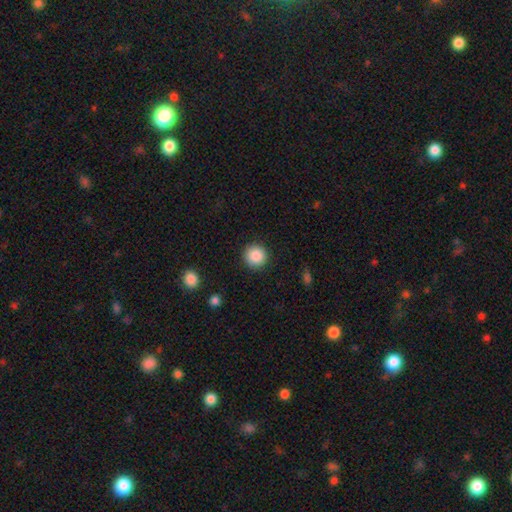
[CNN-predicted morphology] This is clearly a smooth galaxy (88%). How rounded: clearly round (95%). Merging: clearly none (91%).